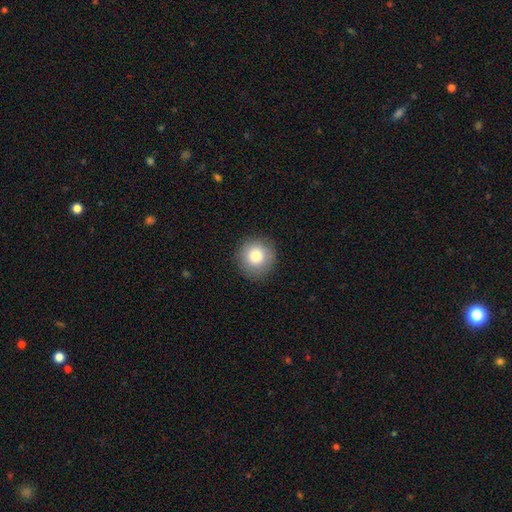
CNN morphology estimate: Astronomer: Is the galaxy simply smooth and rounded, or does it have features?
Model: smooth — 83%.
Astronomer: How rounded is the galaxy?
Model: round — 94%.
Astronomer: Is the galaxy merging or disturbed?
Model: none — 88%.